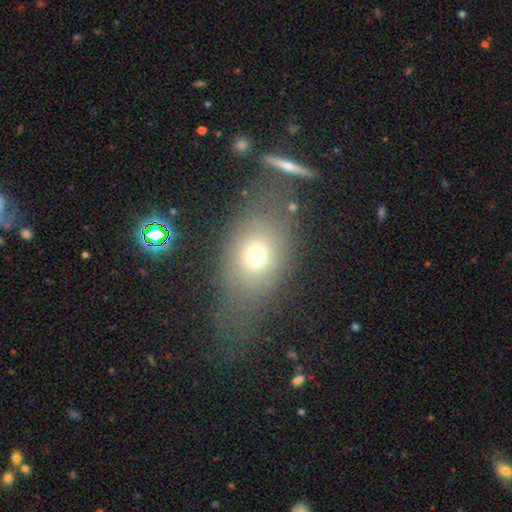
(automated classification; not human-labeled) A smooth galaxy with no disk features (65%) that is in between round and cigar-shaped (69%). Merging: none (54%).